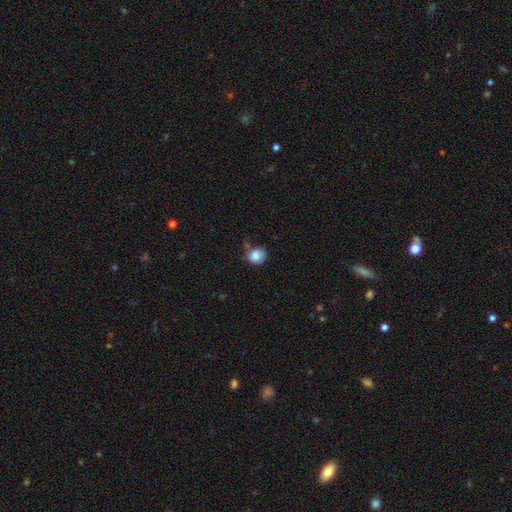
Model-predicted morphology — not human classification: Q: Smooth or featured?
A: smooth (83%); runner-up: star or artifact (9%)
Q: How rounded?
A: round (77%); runner-up: in between (22%)
Q: Merging?
A: none (53%); runner-up: minor disturbance (29%)